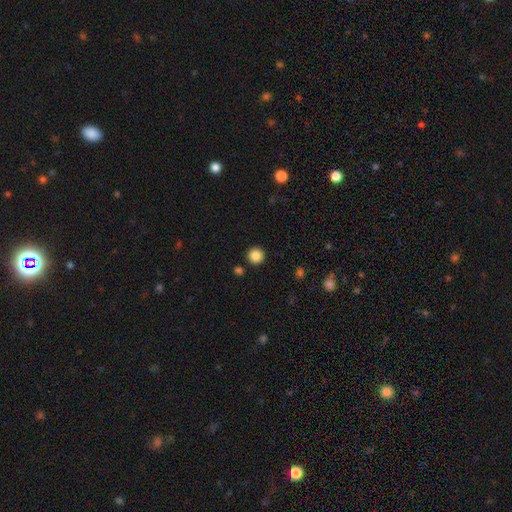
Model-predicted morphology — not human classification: smooth_or_featured: smooth (p=0.86) [alt: star or artifact p=0.10]
how_rounded: round (p=0.96) [alt: in between p=0.03]
merging: none (p=0.91) [alt: minor disturbance p=0.05]